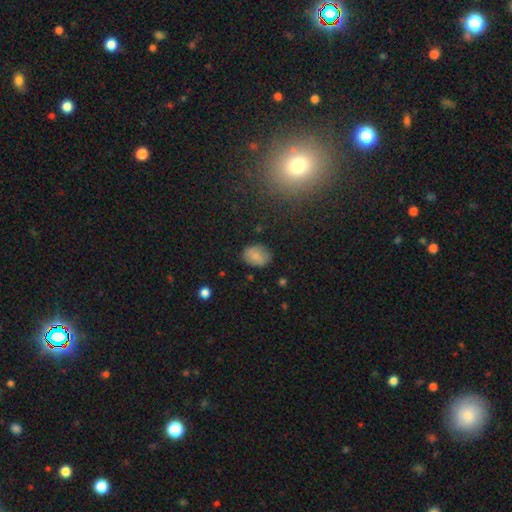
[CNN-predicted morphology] This appears to be a smooth galaxy with no disk features (75%) that is in between round and cigar-shaped (69%). Merging: none (80%).